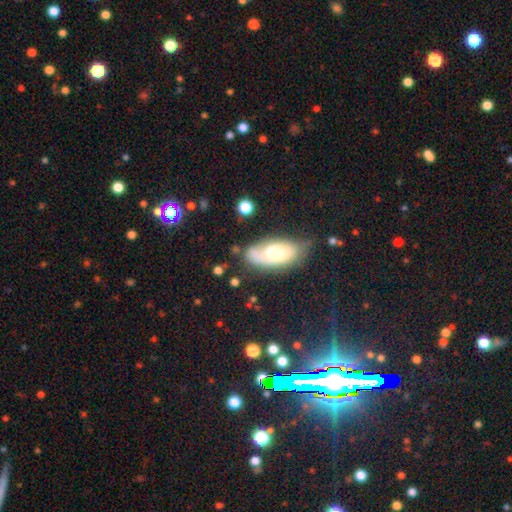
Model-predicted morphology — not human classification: Overall: smooth (54%; featured or disk 38%). How rounded: in between (88%). Merging: none (48%; minor disturbance 26%).